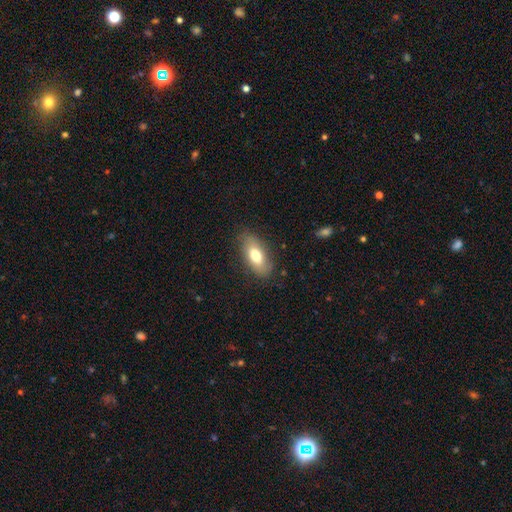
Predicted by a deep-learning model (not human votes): This is likely a smooth galaxy (71%). How rounded: clearly in between (86%). Merging: clearly none (81%).